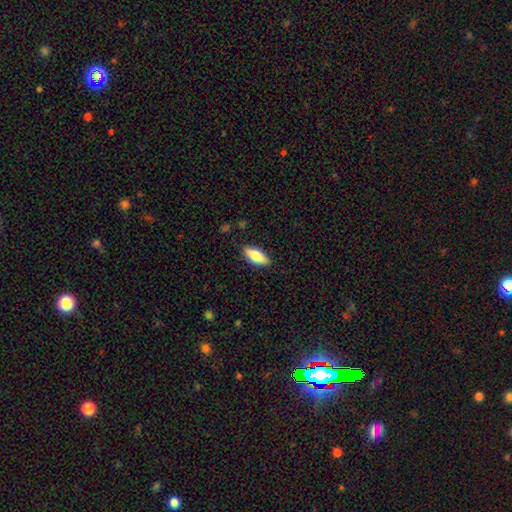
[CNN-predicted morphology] Smooth or featured? smooth (73%)
How rounded? in between (72%)
Merging? none (87%)